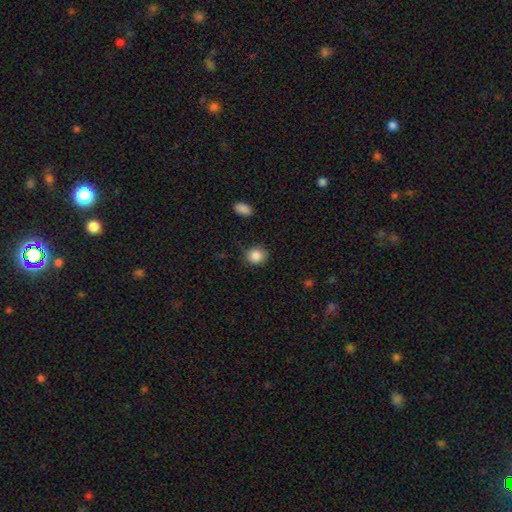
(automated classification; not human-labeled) The model was most divided on "how rounded": round: 74%, in between: 25%, cigar-shaped: 1%. More confident: smooth or featured — smooth (87%); merging — none (85%).